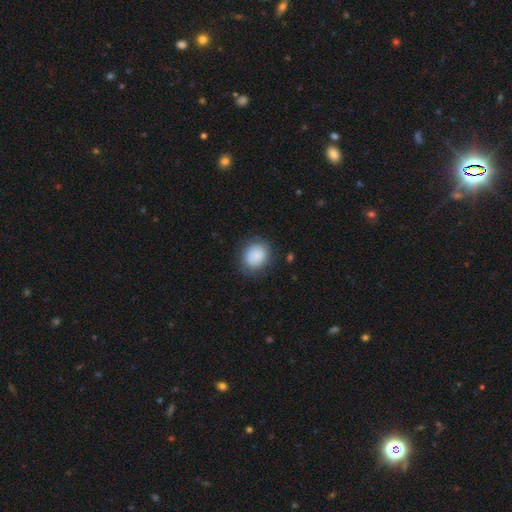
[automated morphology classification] Smooth or featured: smooth — 79% (featured or disk — 13%)
How rounded: round — 71% (in between — 28%)
Merging: none — 78% (minor disturbance — 15%)